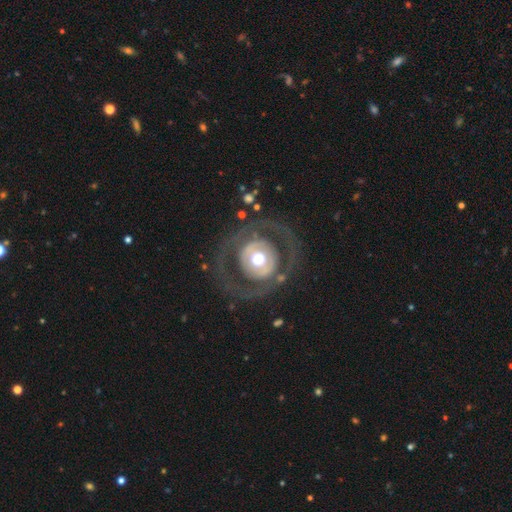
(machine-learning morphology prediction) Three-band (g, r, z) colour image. It shows a featured or disk galaxy (67%) with no bar (73%), no spiral arms (70%) and a moderate central bulge (62%). Merging: none (74%).